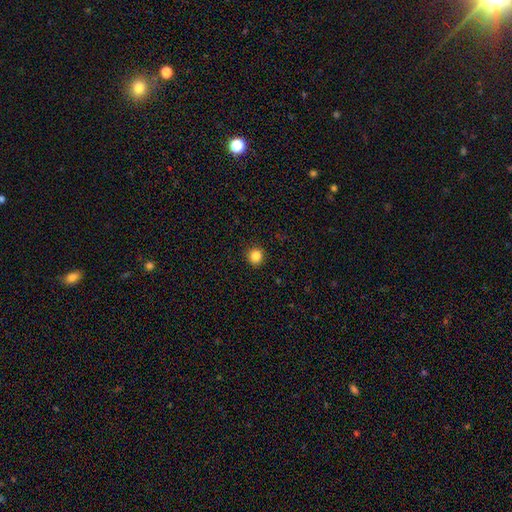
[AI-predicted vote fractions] Morphology: type=smooth (85%); roundness=round (89%); merging=none (92%).